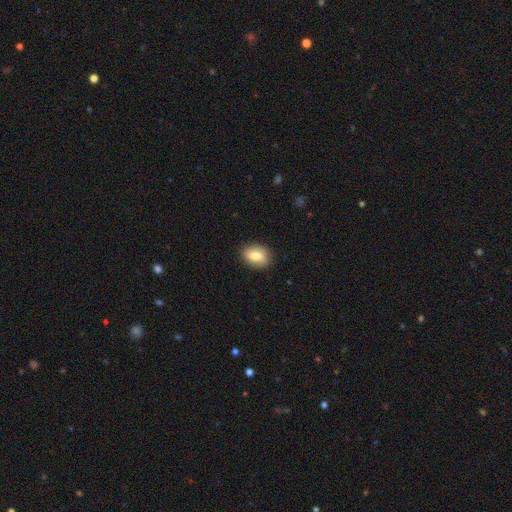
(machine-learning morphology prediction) Smooth or featured? smooth (71%)
How rounded? in between (76%)
Merging? none (85%)